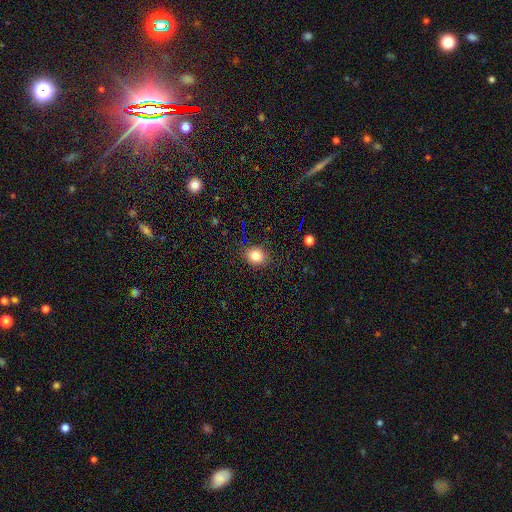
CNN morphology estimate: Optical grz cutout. It shows a smooth galaxy with no disk features (81%) that is round (62%). Merging: none (87%).